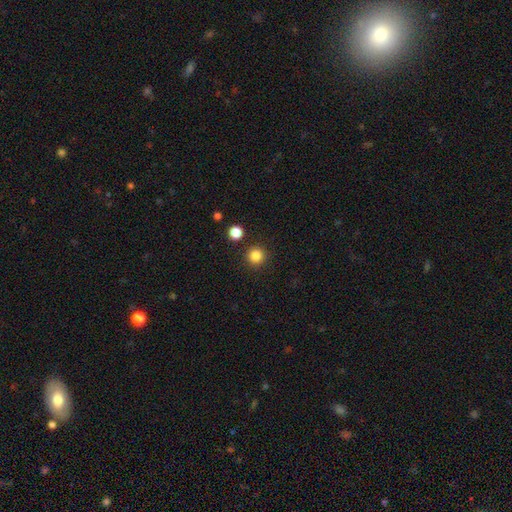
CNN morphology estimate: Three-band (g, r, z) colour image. It shows a smooth galaxy with no disk features (84%) that is round (96%). Merging: none (91%).